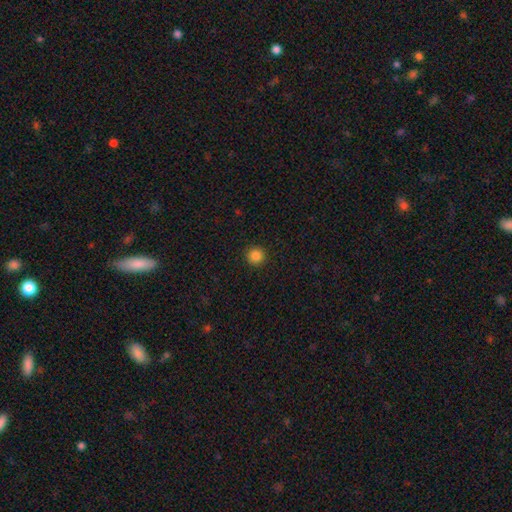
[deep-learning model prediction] Q: Smooth or featured?
A: smooth (85%); runner-up: star or artifact (11%)
Q: How rounded?
A: round (96%); runner-up: in between (3%)
Q: Merging?
A: none (93%); runner-up: minor disturbance (4%)